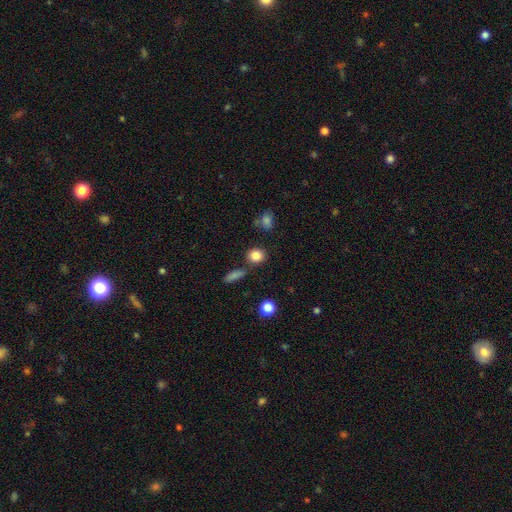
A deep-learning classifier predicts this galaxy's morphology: smooth-or-featured: smooth: 84% | star or artifact: 10% | featured or disk: 6%
  how-rounded: round: 79% | in between: 20% | cigar-shaped: 2%
  merging: none: 78% | minor disturbance: 10% | merger: 8% | major disturbance: 3%